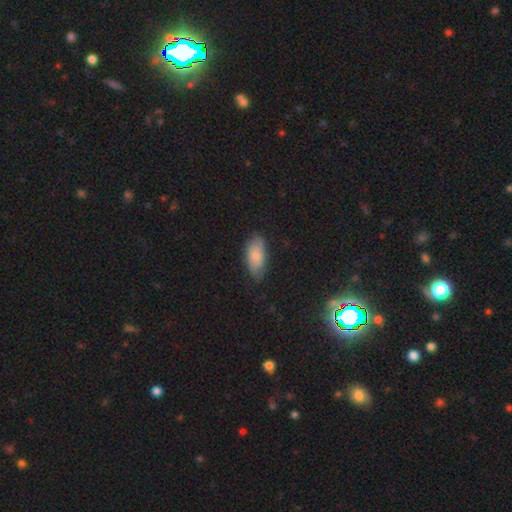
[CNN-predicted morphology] smooth-or-featured: smooth: 73% | featured or disk: 20% | star or artifact: 6%
  how-rounded: in between: 91% | cigar-shaped: 6% | round: 3%
  merging: none: 74% | minor disturbance: 21% | major disturbance: 4% | merger: 1%